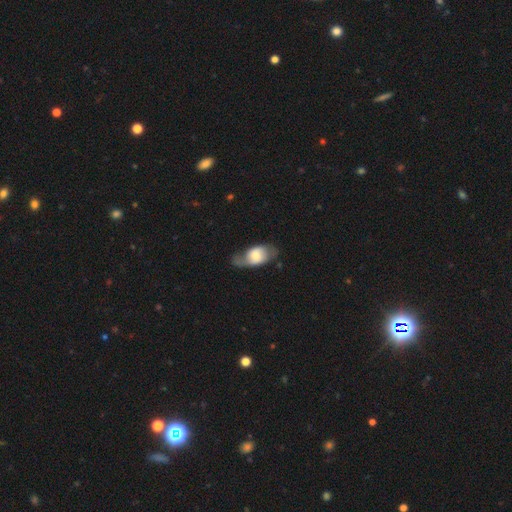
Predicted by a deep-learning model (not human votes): This appears to be a featured or disk galaxy (53%). Merging: none (51%).